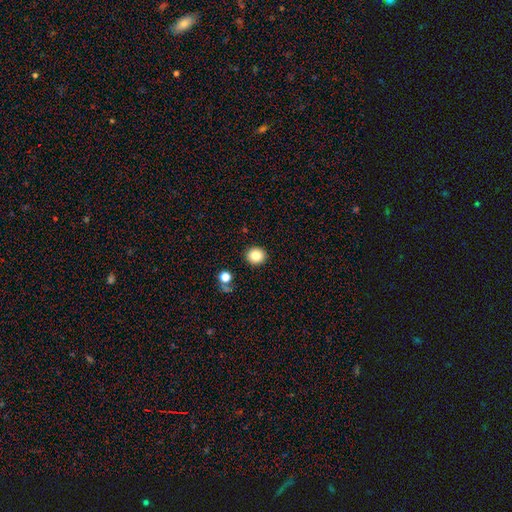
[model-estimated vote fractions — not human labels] Smooth or featured?
  - smooth: 83% *
  - star or artifact: 11%
  - featured or disk: 7%
How rounded?
  - round: 92% *
  - in between: 7%
  - cigar-shaped: 1%
Merging?
  - none: 91% *
  - minor disturbance: 5%
  - merger: 2%
  - major disturbance: 2%